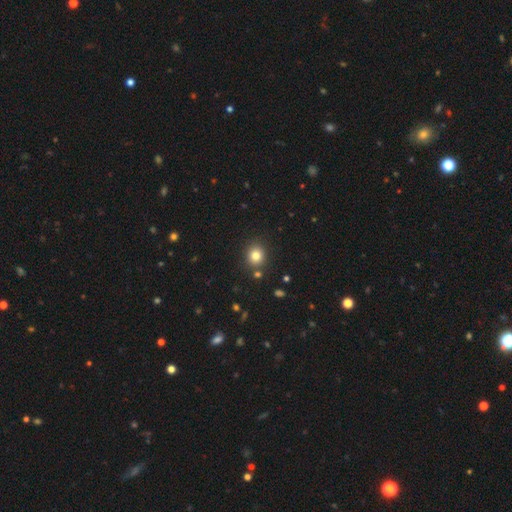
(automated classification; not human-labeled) A smooth galaxy with no disk features (81%) that is round (78%). Merging: none (84%).